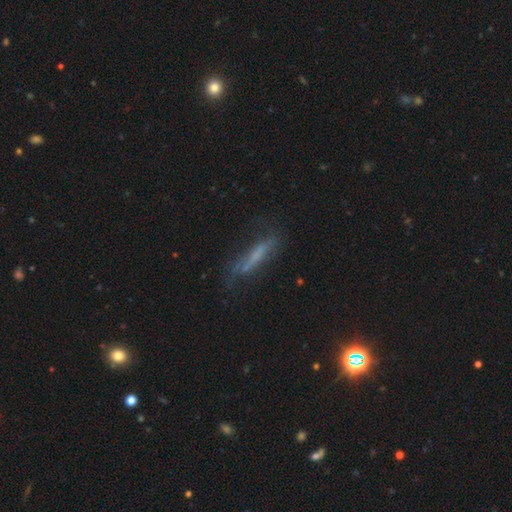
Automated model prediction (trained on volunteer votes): This is possibly a smooth galaxy (47%). Merging: possibly none (58%).